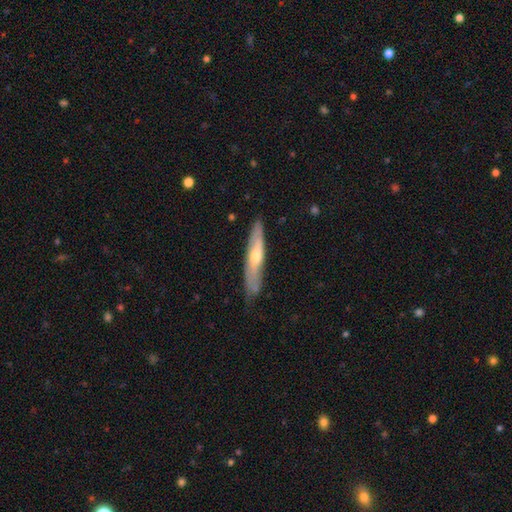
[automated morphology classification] Smooth or featured: featured or disk — 59% (smooth — 35%)
Edge-on disk: yes — 75% (no — 25%)
Merging: none — 80% (minor disturbance — 16%)